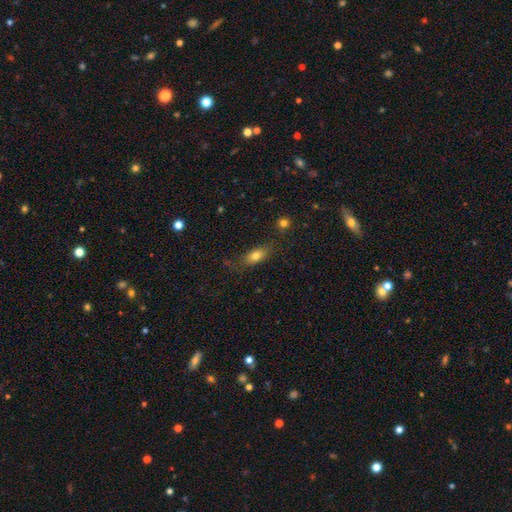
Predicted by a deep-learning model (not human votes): This appears to be a smooth galaxy with no disk features (76%) that is in between round and cigar-shaped (79%). Merging: none (72%).